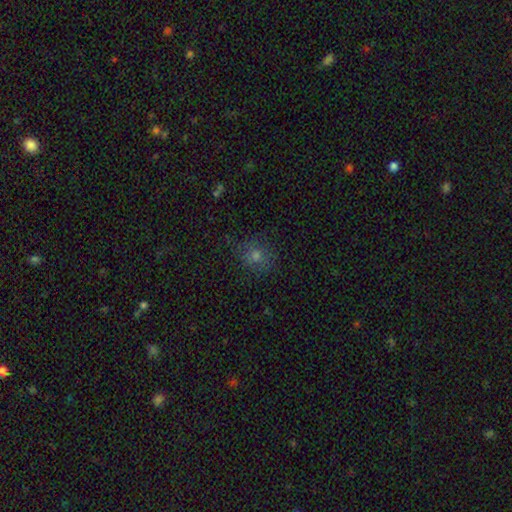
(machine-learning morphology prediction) This is likely a smooth galaxy (65%). How rounded: likely round (78%). Merging: likely none (79%).